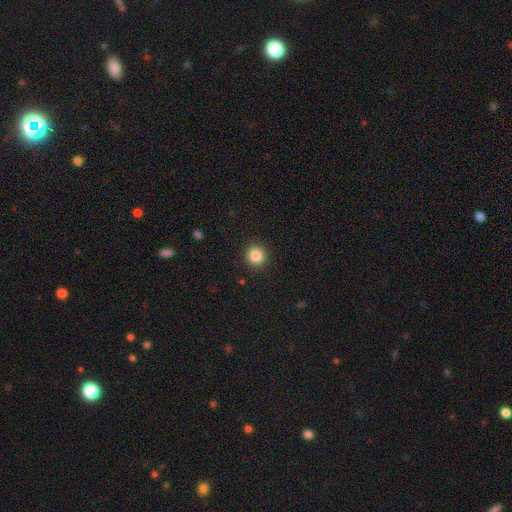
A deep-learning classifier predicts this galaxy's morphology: Smooth or featured?
  - smooth: 85% *
  - star or artifact: 11%
  - featured or disk: 4%
How rounded?
  - round: 93% *
  - in between: 6%
  - cigar-shaped: 1%
Merging?
  - none: 92% *
  - minor disturbance: 5%
  - major disturbance: 2%
  - merger: 1%